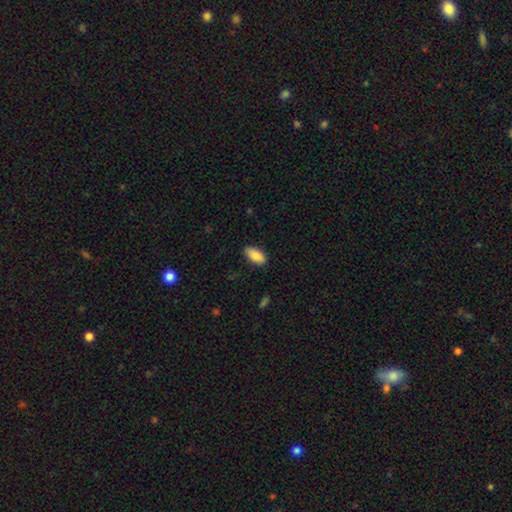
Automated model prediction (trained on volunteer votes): Smooth or featured? Predicted: smooth (p=0.89). How rounded? Predicted: in between (p=0.92). Merging? Predicted: none (p=0.86).